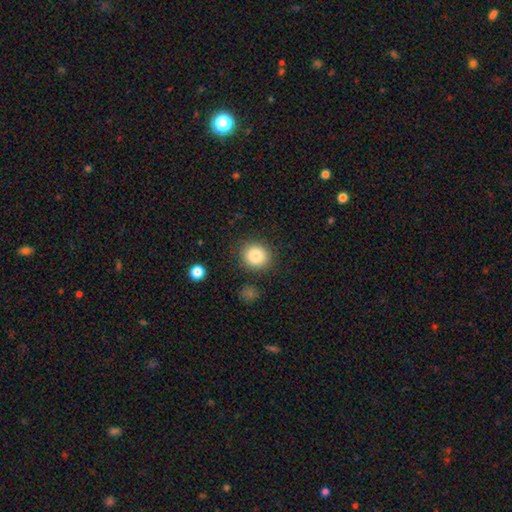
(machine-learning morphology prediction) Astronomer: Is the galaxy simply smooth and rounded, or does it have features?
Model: smooth — 85%.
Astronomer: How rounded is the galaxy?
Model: round — 86%.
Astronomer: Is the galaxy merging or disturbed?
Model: none — 86%.